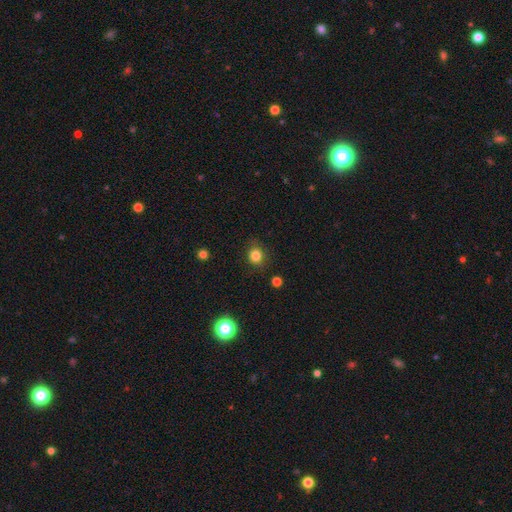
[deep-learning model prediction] Smooth or featured? smooth (82%)
How rounded? round (77%)
Merging? none (82%)